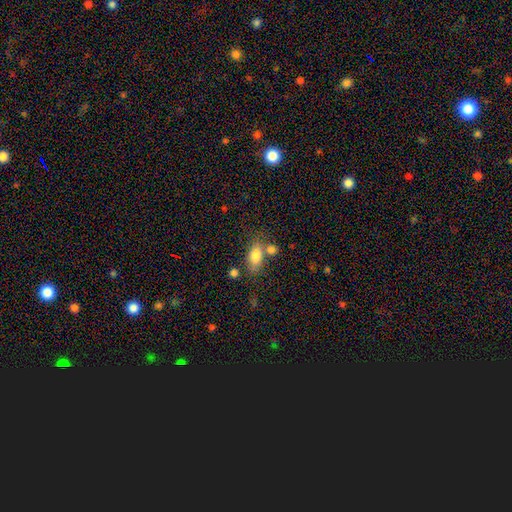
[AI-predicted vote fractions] A smooth galaxy with no disk features (80%) that is in between round and cigar-shaped (84%).

Vote fractions:
- Smooth or featured? smooth: 80% / featured or disk: 11% / star or artifact: 9%
- How rounded? in between: 84% / round: 10% / cigar-shaped: 6%
- Merging? none: 56% / merger: 22% / minor disturbance: 16% / major disturbance: 6%